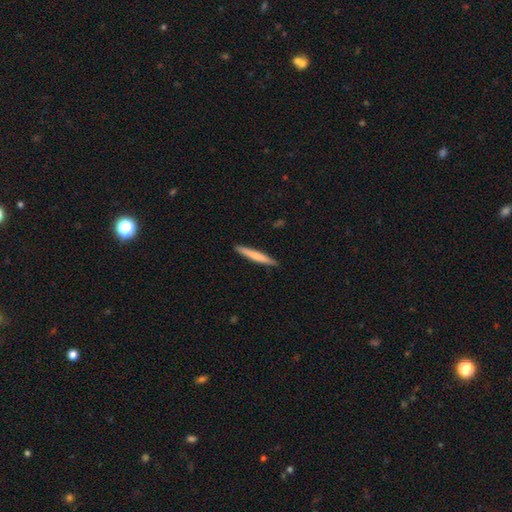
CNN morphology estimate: type=smooth (64%); roundness=cigar-shaped (95%); merging=none (91%).